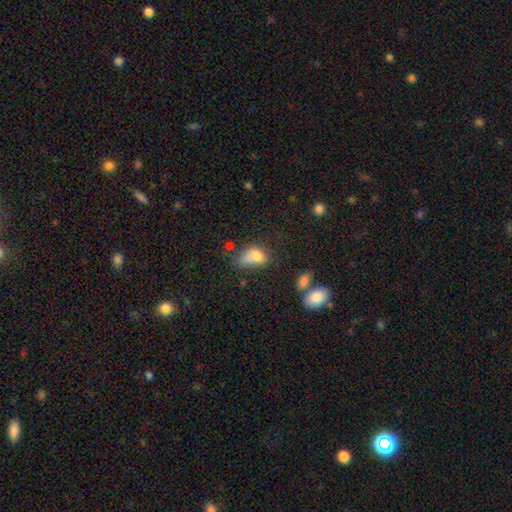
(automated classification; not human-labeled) smooth-or-featured: smooth: 74% | featured or disk: 15% | star or artifact: 11%
  how-rounded: in between: 77% | round: 20% | cigar-shaped: 3%
  merging: minor disturbance: 29% | none: 28% | major disturbance: 22% | merger: 22%